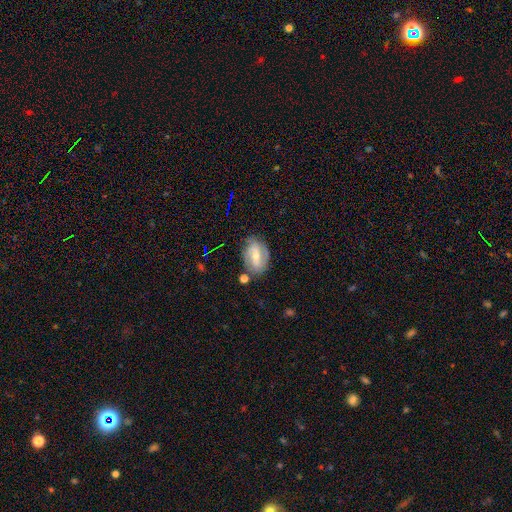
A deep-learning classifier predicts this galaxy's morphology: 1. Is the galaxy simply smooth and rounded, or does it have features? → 68% featured or disk, 24% smooth, 8% star or artifact.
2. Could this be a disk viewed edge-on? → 95% no, 5% yes.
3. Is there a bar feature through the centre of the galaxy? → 44% weak, 31% no, 25% strong.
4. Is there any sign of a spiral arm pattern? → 87% yes, 13% no.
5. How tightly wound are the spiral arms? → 41% tight, 40% medium, 18% loose.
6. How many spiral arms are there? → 64% 2, 18% can't tell, 10% 3, 4% 1, 2% 4, 2% more than 4.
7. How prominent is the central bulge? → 49% moderate, 47% small, 2% large, 1% none, 1% dominant.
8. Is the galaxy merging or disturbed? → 73% none, 18% minor disturbance, 5% major disturbance, 5% merger.